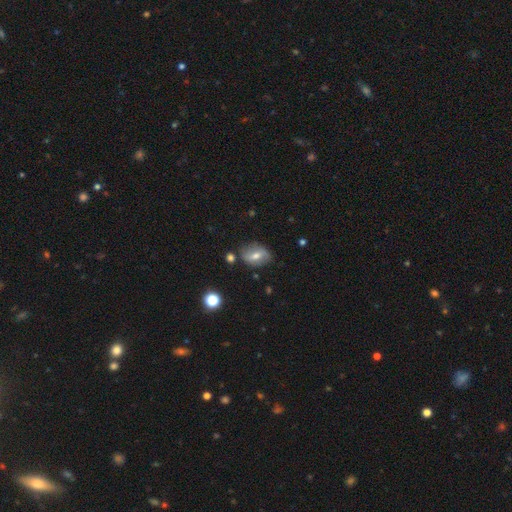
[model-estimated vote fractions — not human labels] Smooth or featured? Predicted: smooth (p=0.49). Merging? Predicted: none (p=0.72).